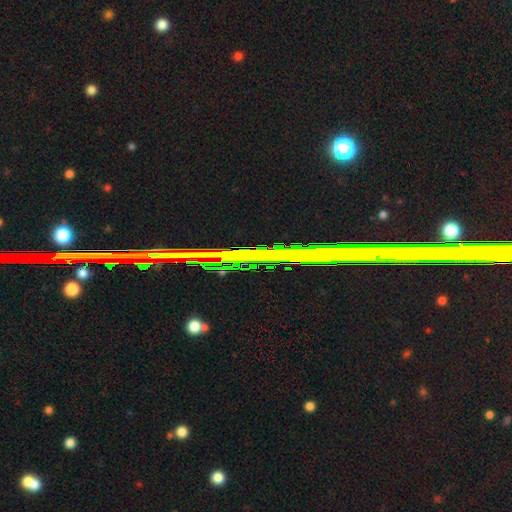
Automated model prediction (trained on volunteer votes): Smooth or featured: star or artifact — 74% (featured or disk — 16%)